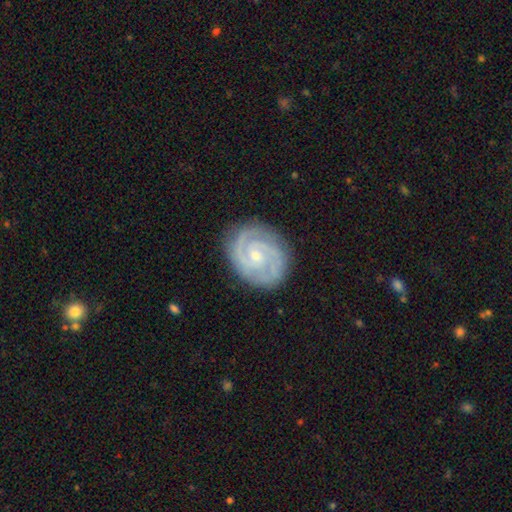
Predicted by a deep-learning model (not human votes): This is clearly a featured or disk galaxy (90%). It is clearly not viewed edge-on (98%). Bar: possibly no (59%). Spiral arm pattern: clearly yes (98%). Spiral arm count: likely 2 (74%). Spiral winding: likely tight (69%). Central bulge: likely small (68%). Merging: clearly none (84%).